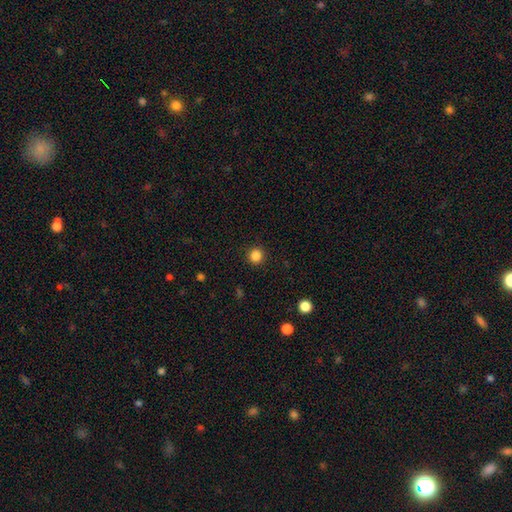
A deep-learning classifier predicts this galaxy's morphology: A smooth galaxy with no disk features (85%) that is round (94%).

Vote fractions:
- Smooth or featured? smooth: 85% / star or artifact: 12% / featured or disk: 3%
- How rounded? round: 94% / in between: 5% / cigar-shaped: 1%
- Merging? none: 92% / minor disturbance: 5% / major disturbance: 2% / merger: 1%